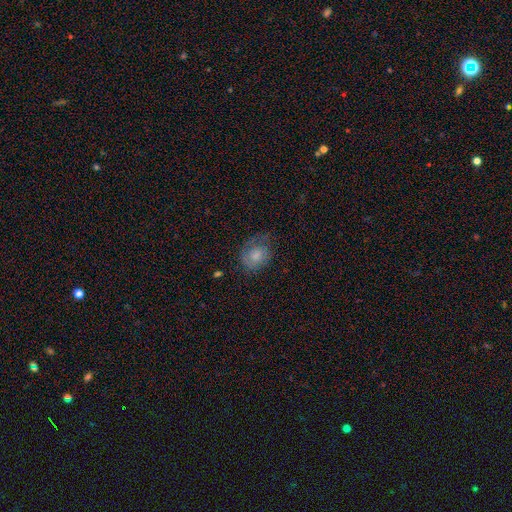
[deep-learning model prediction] The model was most divided on "how rounded": round: 50%, in between: 49%, cigar-shaped: 1%. More confident: smooth or featured — smooth (62%); merging — none (50%).